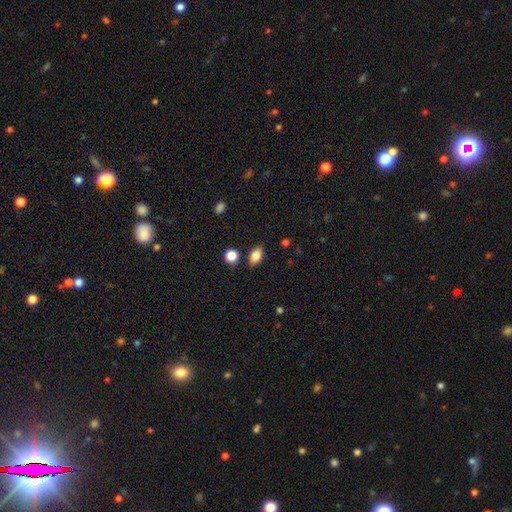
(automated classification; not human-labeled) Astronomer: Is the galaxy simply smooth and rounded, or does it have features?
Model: smooth — 84%.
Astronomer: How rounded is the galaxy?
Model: in between — 82%.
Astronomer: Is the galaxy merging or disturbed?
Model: none — 81%.